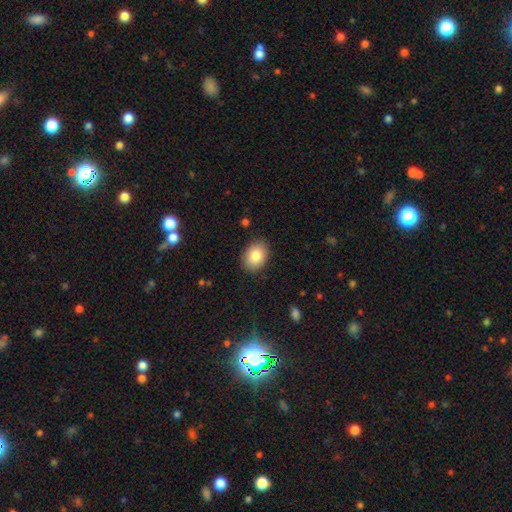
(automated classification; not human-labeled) The model was most divided on "how rounded": in between: 71%, round: 28%, cigar-shaped: 1%. More confident: merging — none (87%); smooth or featured — smooth (84%).